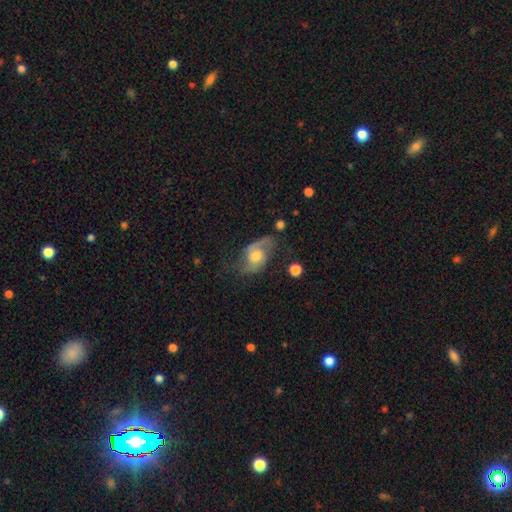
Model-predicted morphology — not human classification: The model was most divided on "spiral winding": loose: 54%, medium: 35%, tight: 11%. More confident: edge-on disk — no (96%); spiral arms — yes (91%); spiral arm count — 2 (84%); smooth or featured — featured or disk (73%); bulge size — moderate (65%); bar — no (64%); merging — none (55%).